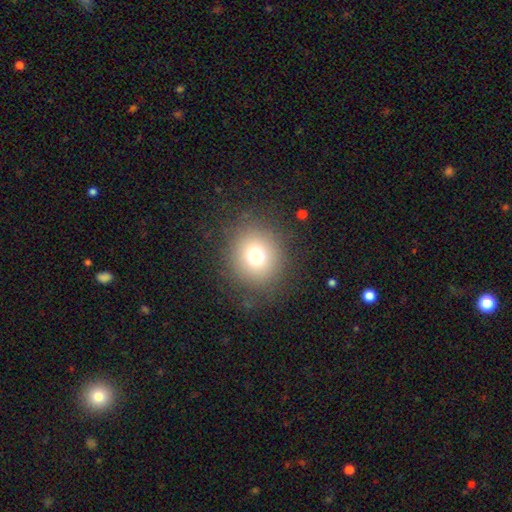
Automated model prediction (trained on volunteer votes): Smooth or featured: smooth — 72% (star or artifact — 18%)
How rounded: round — 86% (in between — 13%)
Merging: none — 83% (minor disturbance — 9%)